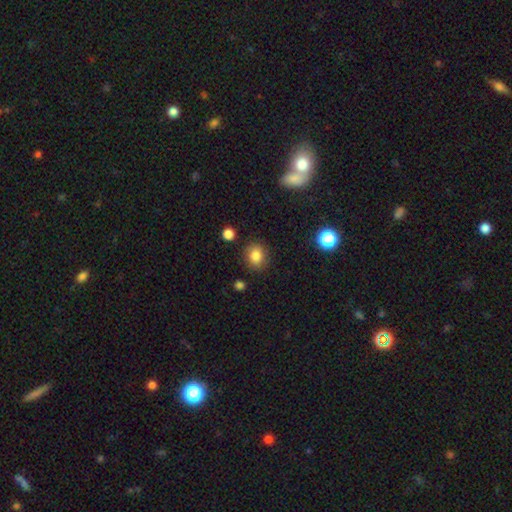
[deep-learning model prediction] Smooth or featured?
  - smooth: 83% *
  - star or artifact: 11%
  - featured or disk: 6%
How rounded?
  - round: 74% *
  - in between: 25%
  - cigar-shaped: 1%
Merging?
  - none: 86% *
  - minor disturbance: 10%
  - major disturbance: 3%
  - merger: 2%